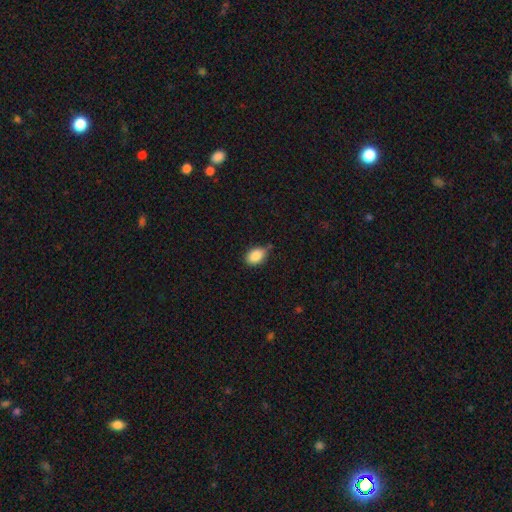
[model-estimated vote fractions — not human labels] This is clearly a smooth galaxy (87%). How rounded: clearly in between (84%). Merging: likely none (64%).